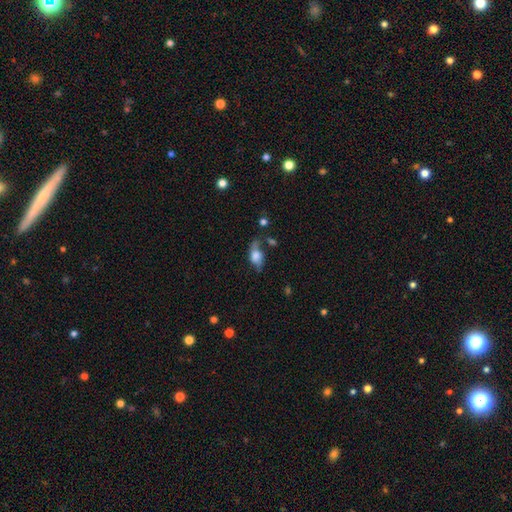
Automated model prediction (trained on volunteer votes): A smooth galaxy with no disk features (64%) that is in between round and cigar-shaped (84%). Merging: none (39%).